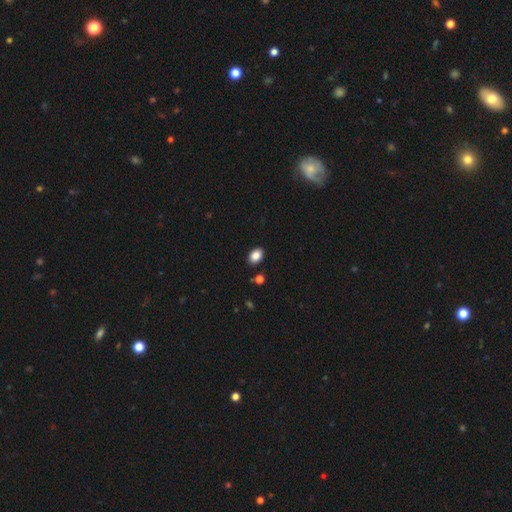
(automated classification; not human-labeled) smooth_or_featured: smooth (p=0.87) [alt: star or artifact p=0.09]
how_rounded: in between (p=0.79) [alt: round p=0.20]
merging: none (p=0.88) [alt: minor disturbance p=0.08]